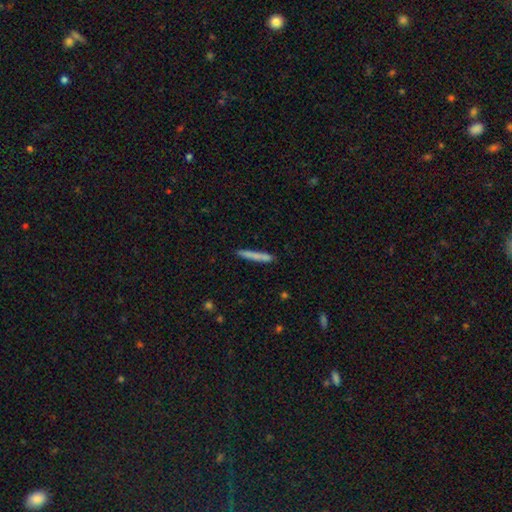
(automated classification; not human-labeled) Smooth or featured? smooth (75%)
How rounded? cigar-shaped (95%)
Merging? none (84%)